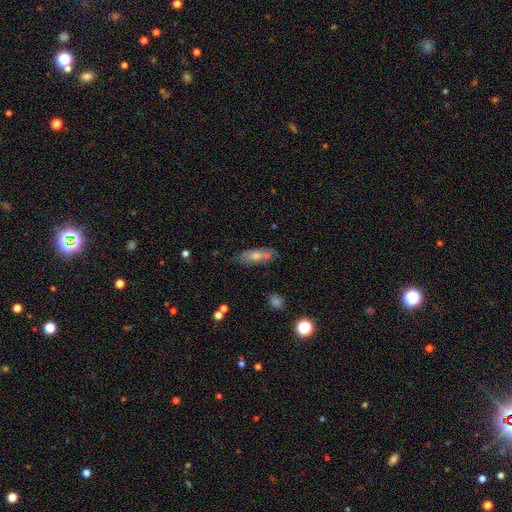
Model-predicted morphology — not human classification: smooth_or_featured: smooth (p=0.58) [alt: featured or disk p=0.32]
how_rounded: in between (p=0.59) [alt: cigar-shaped p=0.36]
merging: none (p=0.65) [alt: minor disturbance p=0.18]